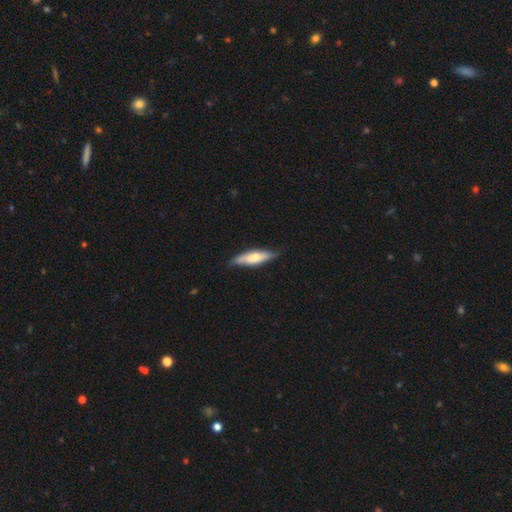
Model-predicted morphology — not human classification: This is possibly a smooth galaxy (59%). How rounded: likely cigar-shaped (68%). Merging: likely none (80%).